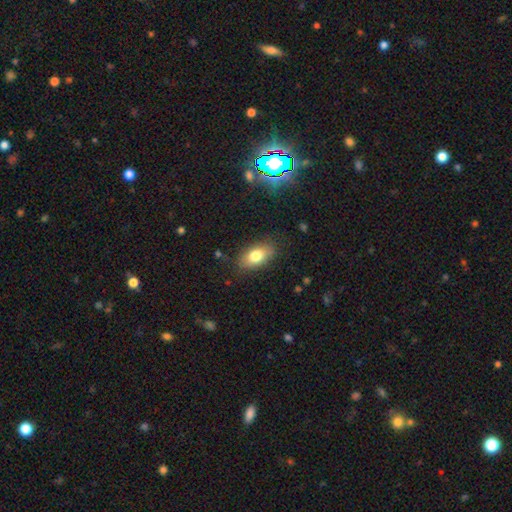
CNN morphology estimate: The model was most divided on "smooth or featured": smooth: 77%, featured or disk: 15%, star or artifact: 8%. More confident: how rounded — in between (89%); merging — none (84%).